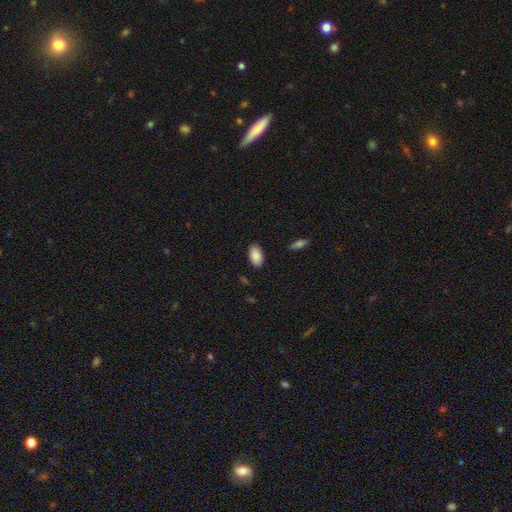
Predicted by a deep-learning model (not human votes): This appears to be a smooth galaxy with no disk features (89%) that is in between round and cigar-shaped (94%). Merging: none (87%).